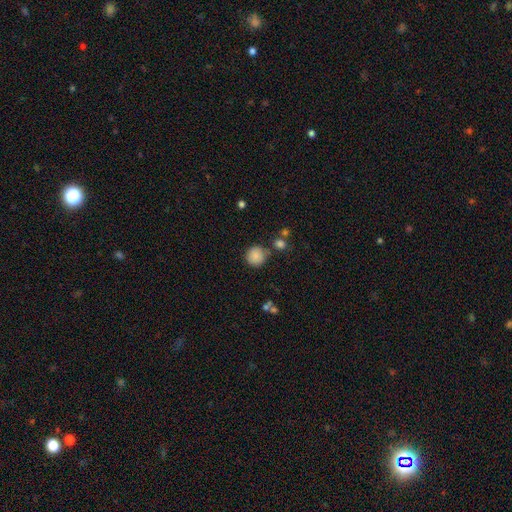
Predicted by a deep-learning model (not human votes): Smooth or featured: smooth — 85% (star or artifact — 9%)
How rounded: round — 92% (in between — 7%)
Merging: none — 76% (minor disturbance — 12%)